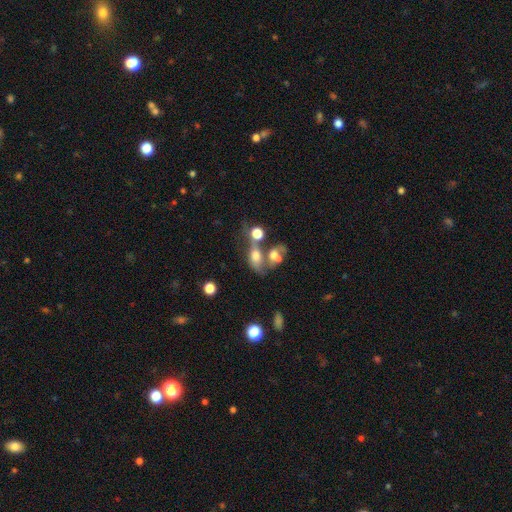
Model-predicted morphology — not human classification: Smooth or featured?
  - smooth: 60% *
  - featured or disk: 27%
  - star or artifact: 13%
How rounded?
  - in between: 72% *
  - round: 22%
  - cigar-shaped: 6%
Merging?
  - merger: 52% *
  - none: 23%
  - major disturbance: 13%
  - minor disturbance: 12%